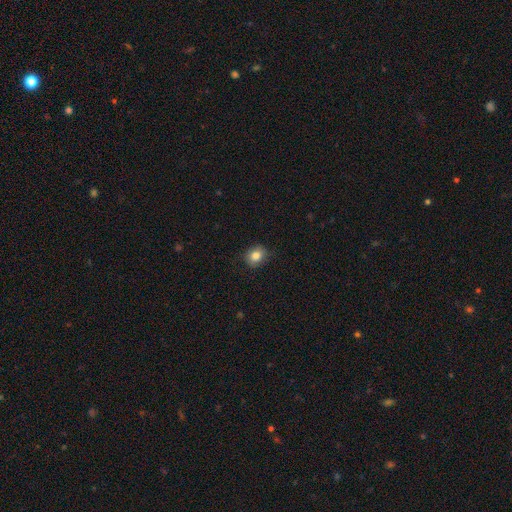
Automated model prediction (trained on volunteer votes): smooth-or-featured: smooth: 83% | star or artifact: 10% | featured or disk: 7%
  how-rounded: round: 55% | in between: 44% | cigar-shaped: 1%
  merging: none: 85% | minor disturbance: 12% | major disturbance: 2% | merger: 1%